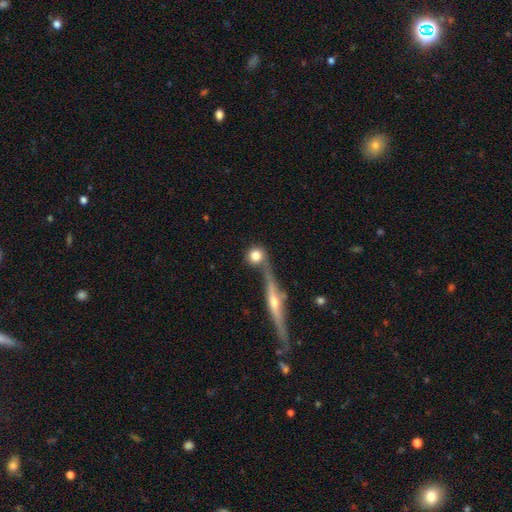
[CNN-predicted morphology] The model was most divided on "merging": none: 51%, merger: 32%, minor disturbance: 10%, major disturbance: 7%. More confident: how rounded — round (86%); smooth or featured — smooth (76%).